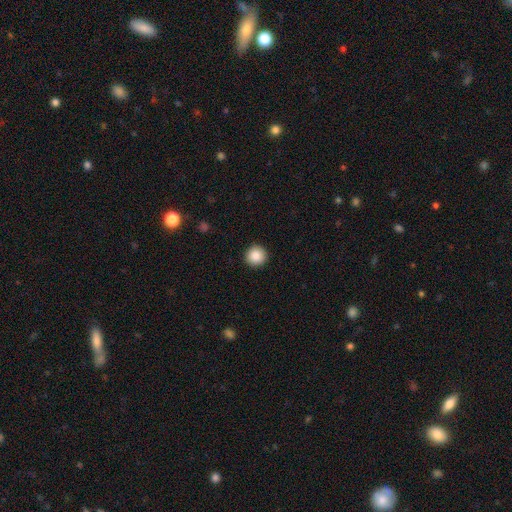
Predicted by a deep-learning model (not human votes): Smooth or featured? smooth (88%)
How rounded? round (95%)
Merging? none (92%)